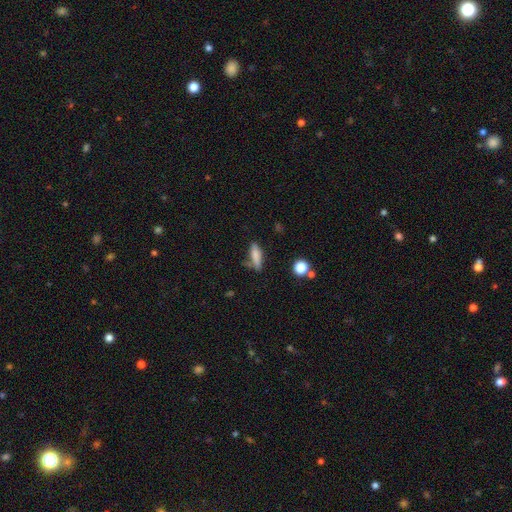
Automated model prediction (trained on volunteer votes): Smooth or featured?
  - smooth: 76% *
  - featured or disk: 15%
  - star or artifact: 9%
How rounded?
  - cigar-shaped: 58% *
  - in between: 39%
  - round: 3%
Merging?
  - none: 59% *
  - minor disturbance: 25%
  - merger: 8%
  - major disturbance: 8%